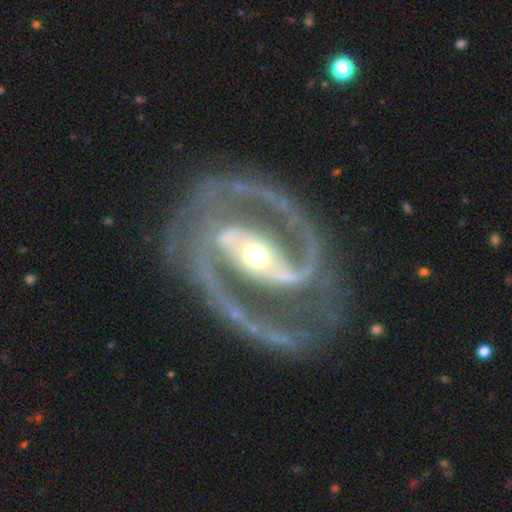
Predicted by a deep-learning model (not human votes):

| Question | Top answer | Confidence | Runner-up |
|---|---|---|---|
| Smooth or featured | featured or disk | 94% | star or artifact (4%) |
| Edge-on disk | no | 97% | yes (3%) |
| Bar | strong | 56% | weak (26%) |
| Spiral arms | yes | 98% | no (2%) |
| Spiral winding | medium | 62% | tight (27%) |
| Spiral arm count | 2 | 91% | 3 (3%) |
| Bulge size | moderate | 63% | small (29%) |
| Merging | none | 74% | minor disturbance (15%) |